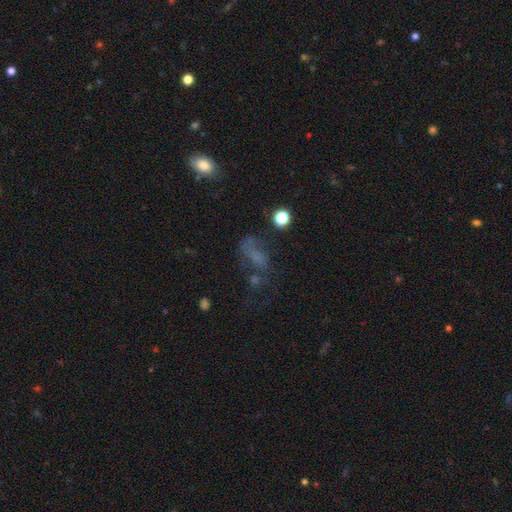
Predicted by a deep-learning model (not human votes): Smooth or featured? smooth (41%)
Merging? none (40%)